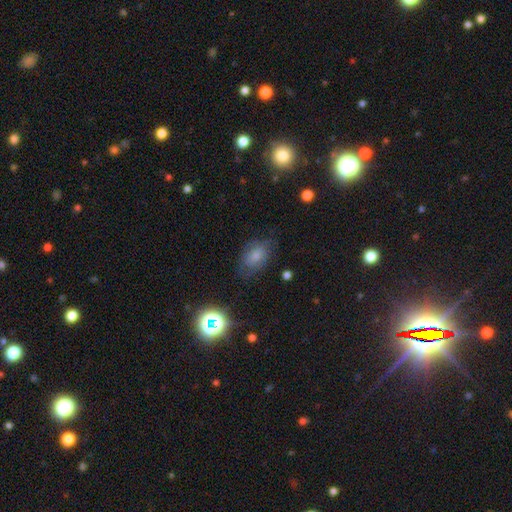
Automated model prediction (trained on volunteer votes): Smooth or featured?
  - smooth: 69% *
  - featured or disk: 17%
  - star or artifact: 14%
How rounded?
  - in between: 85% *
  - round: 13%
  - cigar-shaped: 2%
Merging?
  - none: 66% *
  - minor disturbance: 23%
  - major disturbance: 10%
  - merger: 2%